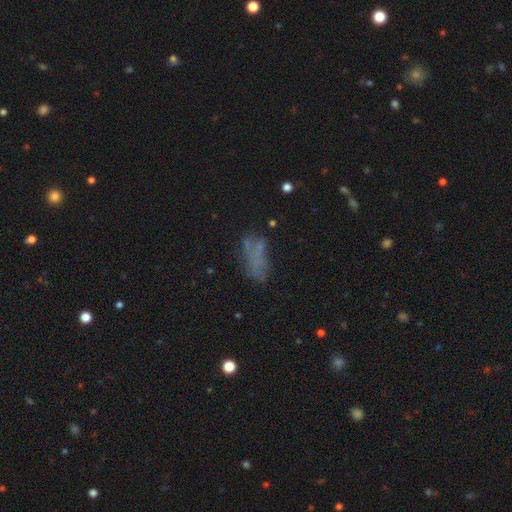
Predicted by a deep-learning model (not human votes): Smooth or featured: smooth — 50% (featured or disk — 30%)
Merging: none — 47% (major disturbance — 23%)